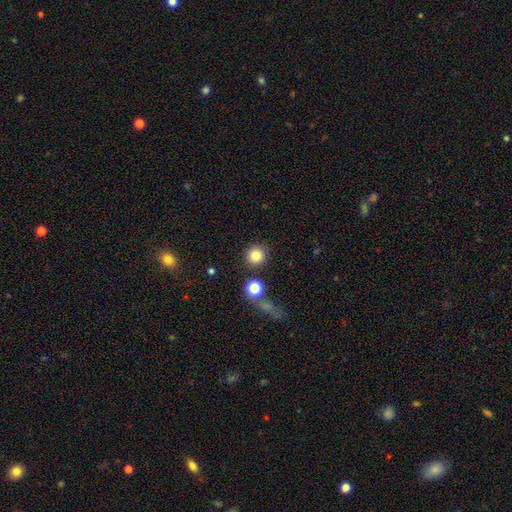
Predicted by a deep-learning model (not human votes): Overall: smooth (83%). How rounded: round (93%). Merging: none (86%).